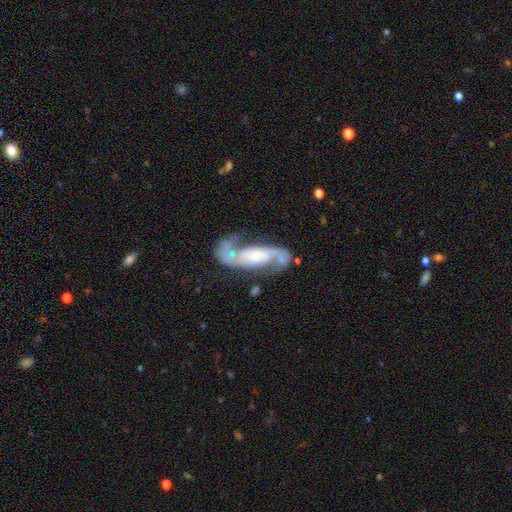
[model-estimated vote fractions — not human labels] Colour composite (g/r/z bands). It shows a featured or disk galaxy (89%) with no bar (46%), 2 (92%) medium (45%) spiral arms (97%) and a small central bulge (50%). Merging: none (60%).